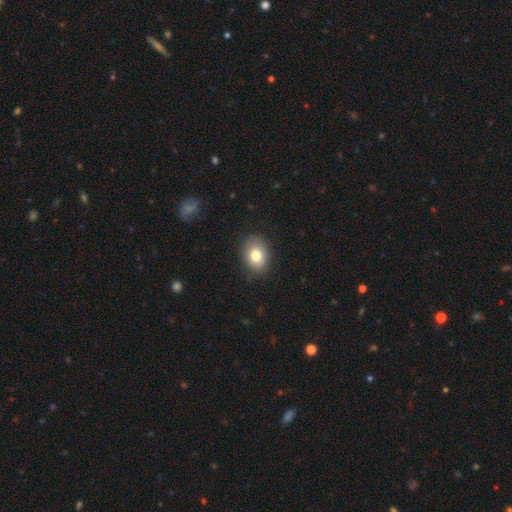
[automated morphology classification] Smooth or featured? smooth (79%)
How rounded? in between (70%)
Merging? none (86%)